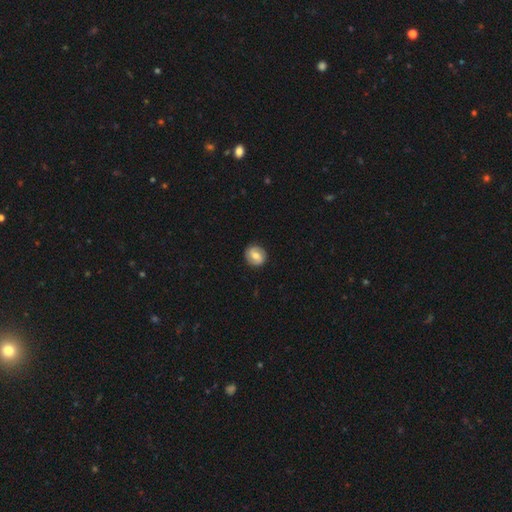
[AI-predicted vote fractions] A featured or disk galaxy (47%).

Vote fractions:
- Smooth or featured? featured or disk: 47% / smooth: 46% / star or artifact: 7%
- Merging? none: 88% / minor disturbance: 9% / major disturbance: 2% / merger: 1%